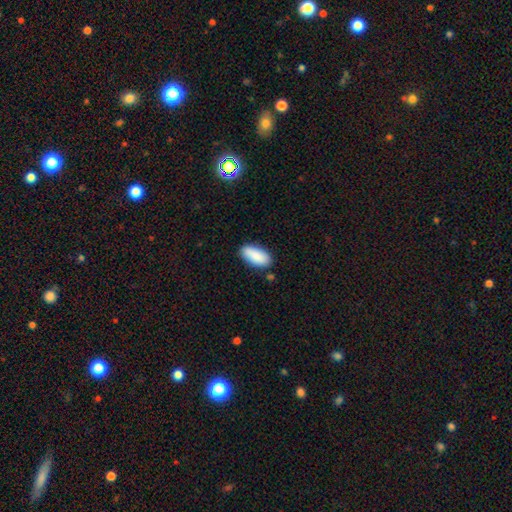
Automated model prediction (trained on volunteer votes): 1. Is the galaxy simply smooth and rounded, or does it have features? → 89% smooth, 6% star or artifact, 5% featured or disk.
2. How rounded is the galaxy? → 91% in between, 8% cigar-shaped, 2% round.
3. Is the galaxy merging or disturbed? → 84% none, 12% minor disturbance, 2% merger, 2% major disturbance.